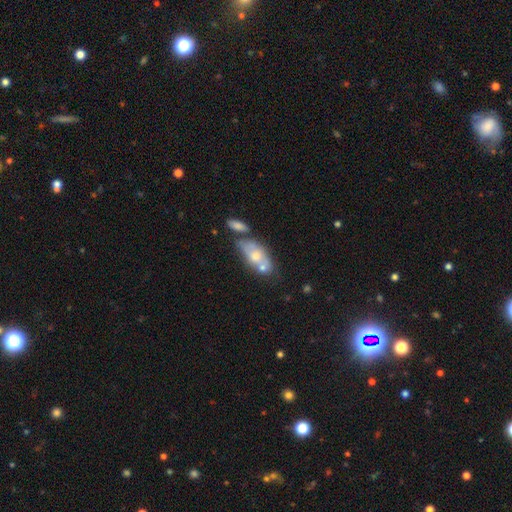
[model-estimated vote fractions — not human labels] smooth-or-featured: smooth: 55% | featured or disk: 37% | star or artifact: 8%
  how-rounded: in between: 82% | cigar-shaped: 10% | round: 8%
  merging: merger: 42% | none: 34% | minor disturbance: 16% | major disturbance: 8%